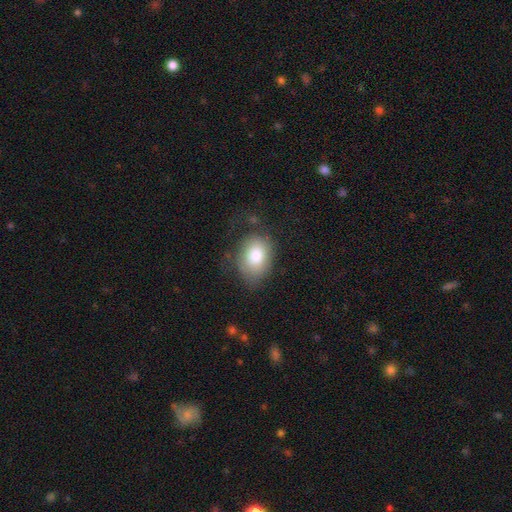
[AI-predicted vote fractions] smooth-or-featured: smooth: 79% | featured or disk: 13% | star or artifact: 8%
  how-rounded: in between: 75% | round: 24% | cigar-shaped: 1%
  merging: none: 57% | minor disturbance: 26% | major disturbance: 14% | merger: 2%